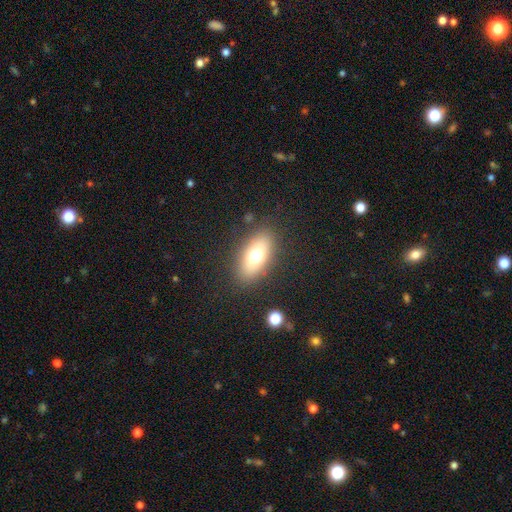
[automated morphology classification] A smooth galaxy with no disk features (68%) that is in between round and cigar-shaped (82%). Merging: none (84%).